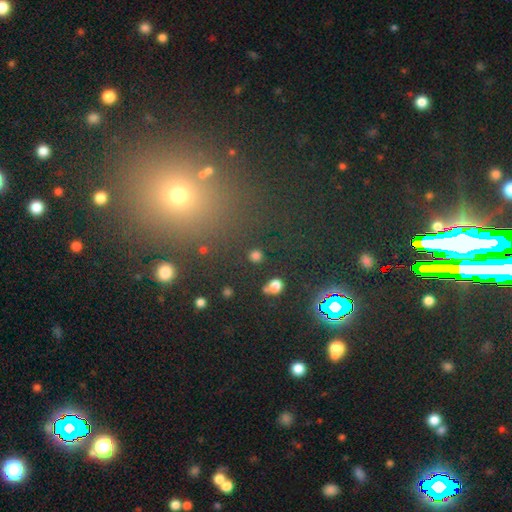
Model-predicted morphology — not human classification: Overall: smooth (78%). How rounded: round (82%). Merging: none (81%).